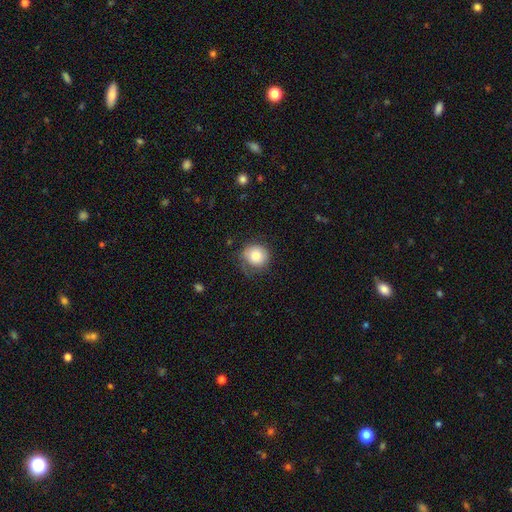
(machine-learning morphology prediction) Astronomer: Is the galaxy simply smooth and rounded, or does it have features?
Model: smooth — 80%.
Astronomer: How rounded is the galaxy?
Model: round — 87%.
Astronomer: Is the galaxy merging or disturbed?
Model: none — 62%.